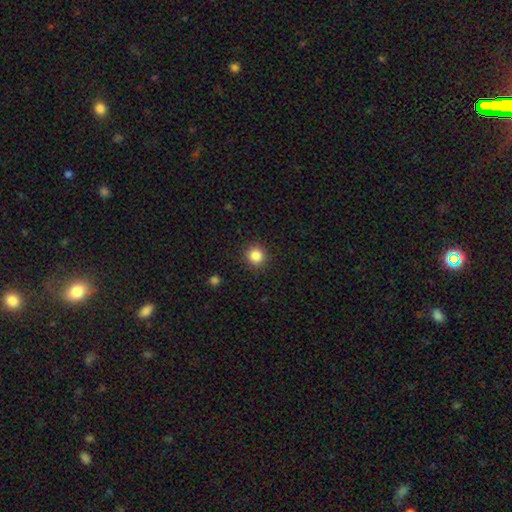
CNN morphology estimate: Smooth or featured? Predicted: smooth (p=0.85). How rounded? Predicted: round (p=0.93). Merging? Predicted: none (p=0.91).